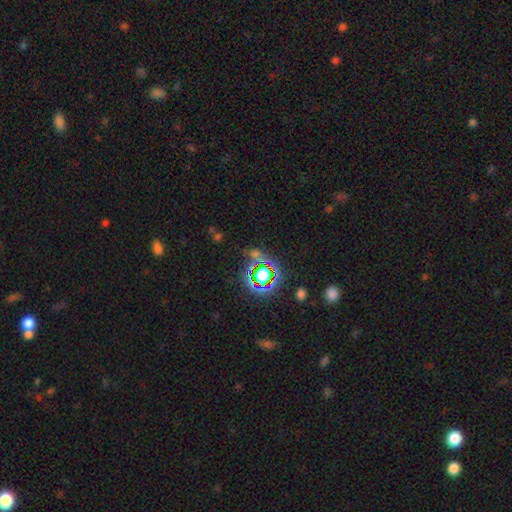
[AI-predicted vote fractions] Q: Smooth or featured?
A: star or artifact (72%); runner-up: smooth (19%)